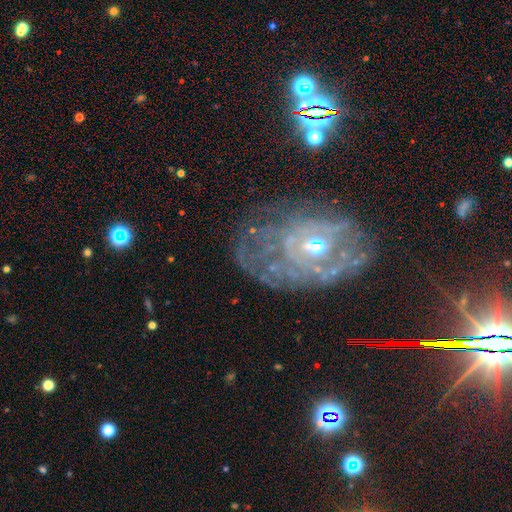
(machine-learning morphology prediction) A featured or disk galaxy (73%) with no bar (68%), spiral arms (62%) and a moderate central bulge (55%).

Vote fractions:
- Smooth or featured? featured or disk: 73% / star or artifact: 15% / smooth: 12%
- Edge-on disk? no: 95% / yes: 5%
- Bar? no: 68% / weak: 25% / strong: 8%
- Spiral arms? yes: 62% / no: 38%
- Bulge size? moderate: 55% / small: 38% / large: 4% / none: 2% / dominant: 1%
- Merging? none: 52% / major disturbance: 23% / minor disturbance: 22% / merger: 3%